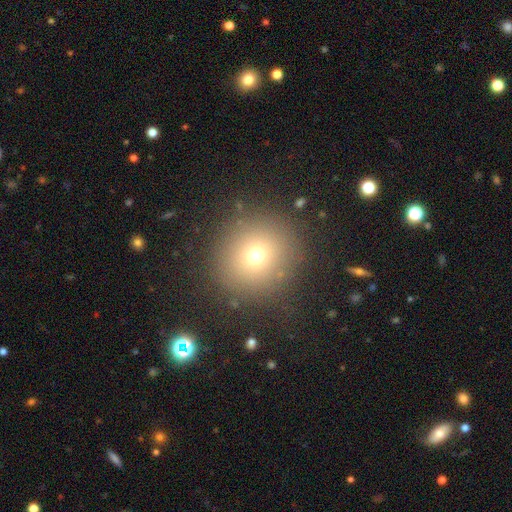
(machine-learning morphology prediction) type=smooth (69%); roundness=round (92%); merging=none (86%).